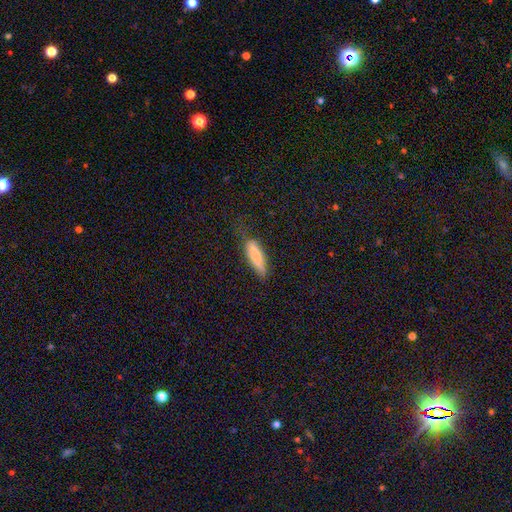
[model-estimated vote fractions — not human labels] A smooth galaxy with no disk features (77%) that is cigar-shaped (57%). Merging: none (61%).